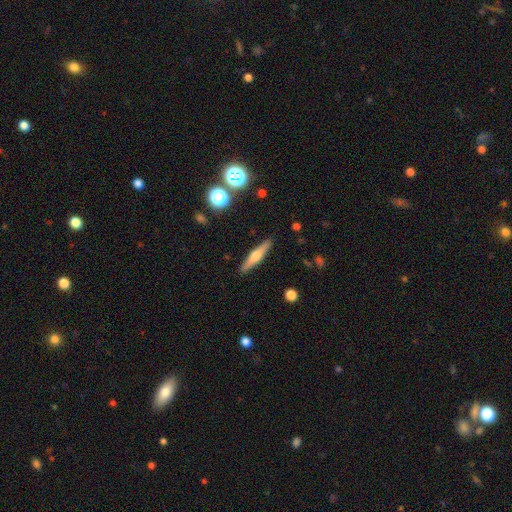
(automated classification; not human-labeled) smooth_or_featured: featured or disk (p=0.56) [alt: smooth p=0.37]
disk_edge_on: yes (p=0.96) [alt: no p=0.04]
edge_on_bulge: rounded (p=0.89) [alt: boxy p=0.06]
merging: none (p=0.90) [alt: minor disturbance p=0.07]